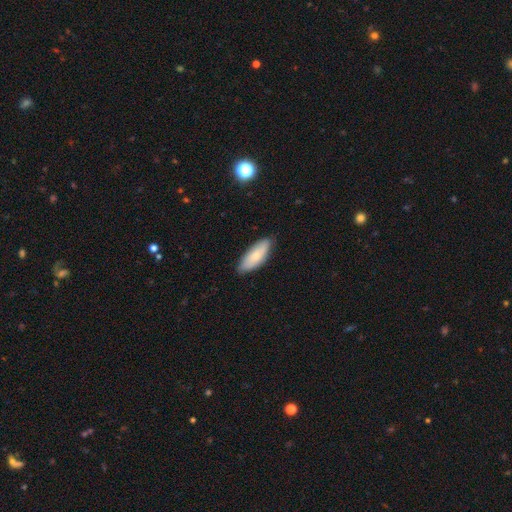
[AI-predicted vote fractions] smooth_or_featured: smooth (p=0.73) [alt: featured or disk p=0.21]
how_rounded: in between (p=0.75) [alt: cigar-shaped p=0.23]
merging: none (p=0.81) [alt: minor disturbance p=0.16]